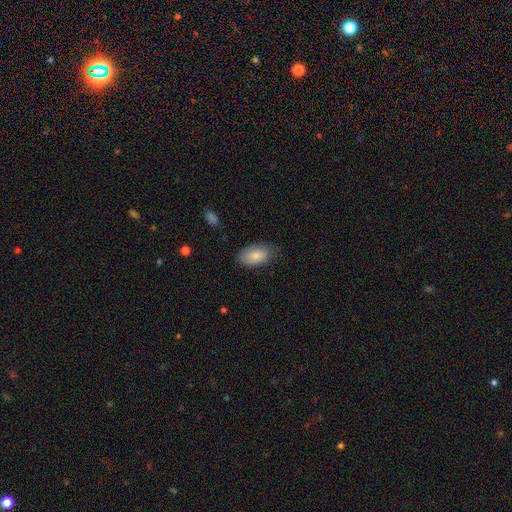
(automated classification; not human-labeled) This appears to be a smooth galaxy with no disk features (84%) that is in between round and cigar-shaped (93%). Merging: none (71%).